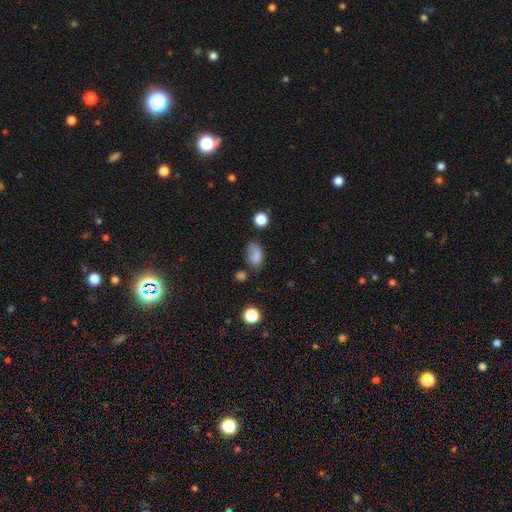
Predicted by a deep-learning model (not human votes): Smooth or featured? Predicted: smooth (p=0.82). How rounded? Predicted: in between (p=0.88). Merging? Predicted: none (p=0.54).